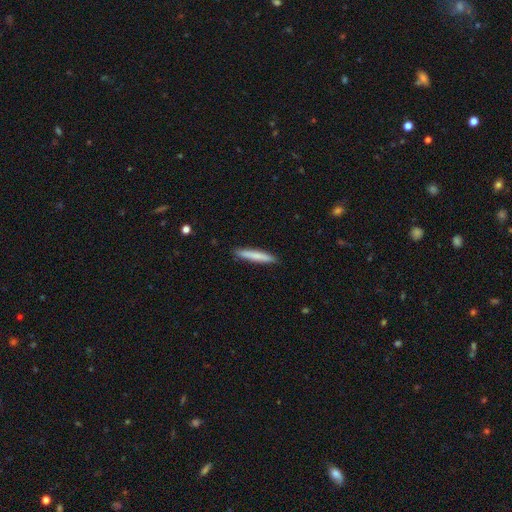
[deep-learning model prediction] smooth-or-featured: smooth: 75% | featured or disk: 20% | star or artifact: 5%
  how-rounded: cigar-shaped: 94% | in between: 5% | round: 1%
  merging: none: 91% | minor disturbance: 7% | major disturbance: 1% | merger: 1%